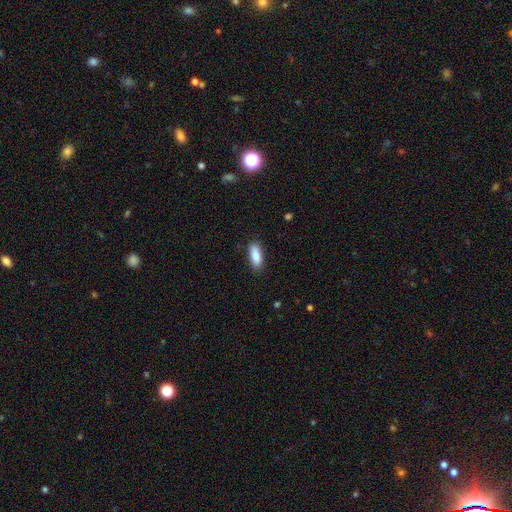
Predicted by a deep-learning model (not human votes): Smooth or featured?
  - smooth: 86% *
  - featured or disk: 7%
  - star or artifact: 6%
How rounded?
  - in between: 74% *
  - cigar-shaped: 24%
  - round: 2%
Merging?
  - none: 85% *
  - minor disturbance: 11%
  - major disturbance: 2%
  - merger: 1%